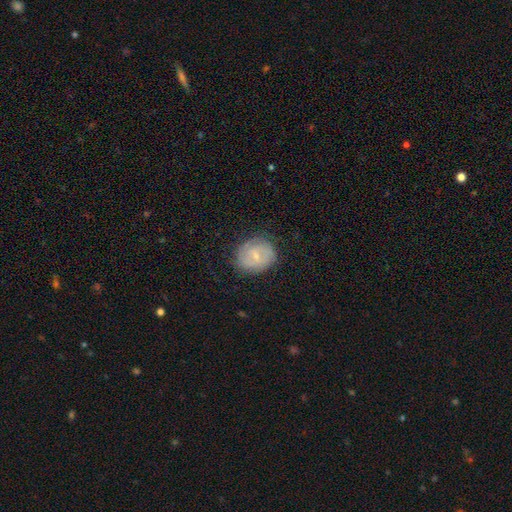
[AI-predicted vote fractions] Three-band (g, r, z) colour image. It shows a featured or disk galaxy (48%). Merging: none (76%).